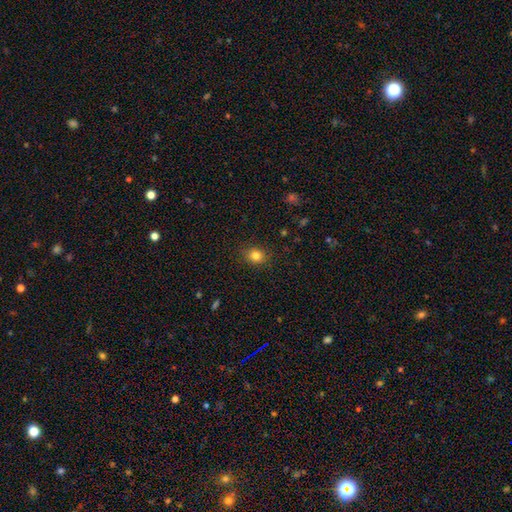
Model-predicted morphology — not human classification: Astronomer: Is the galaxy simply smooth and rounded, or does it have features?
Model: smooth — 83%.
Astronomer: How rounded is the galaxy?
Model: round — 65%.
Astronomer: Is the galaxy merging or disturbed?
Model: none — 88%.